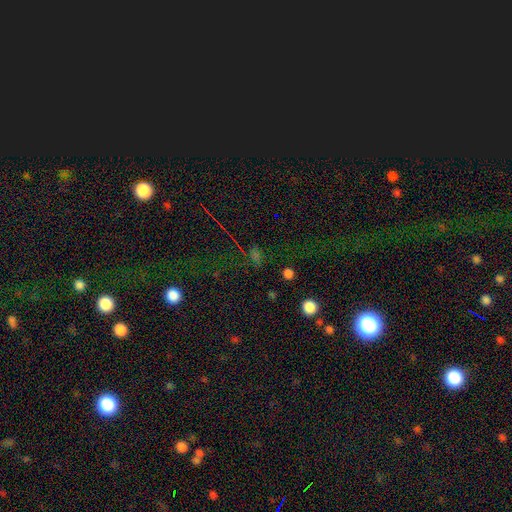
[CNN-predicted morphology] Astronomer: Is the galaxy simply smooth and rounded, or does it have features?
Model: star or artifact — 53% (runner-up: smooth, 36%).